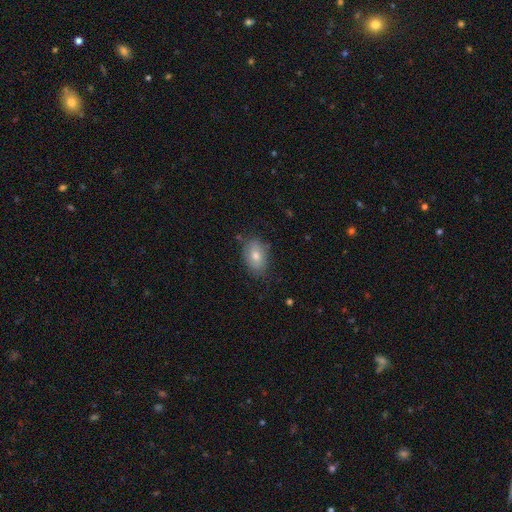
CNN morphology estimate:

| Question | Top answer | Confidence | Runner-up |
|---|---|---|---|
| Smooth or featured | smooth | 72% | featured or disk (19%) |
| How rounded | in between | 84% | round (14%) |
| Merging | none | 77% | minor disturbance (18%) |